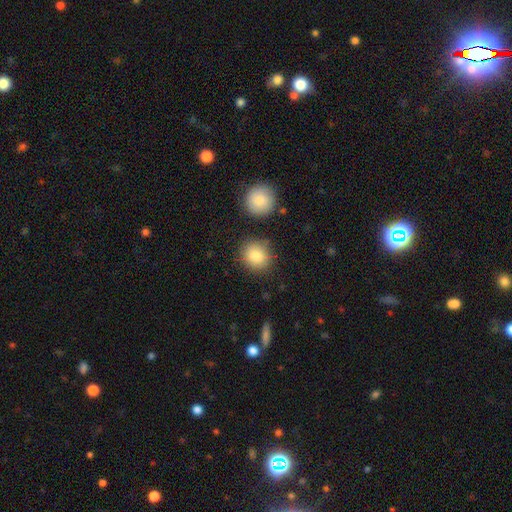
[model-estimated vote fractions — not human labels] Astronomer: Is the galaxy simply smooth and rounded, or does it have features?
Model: smooth — 85%.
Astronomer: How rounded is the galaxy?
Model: round — 82%.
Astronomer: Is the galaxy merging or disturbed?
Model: none — 81%.